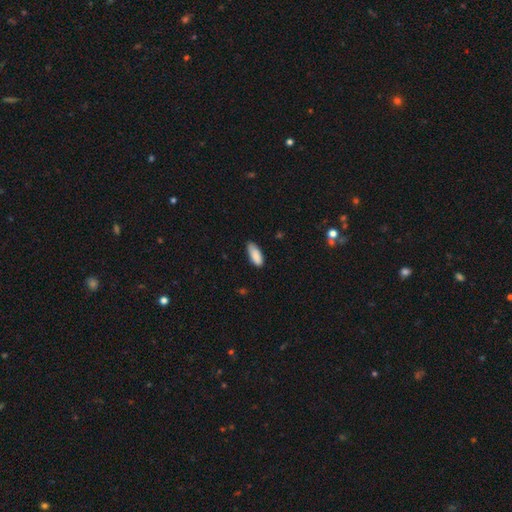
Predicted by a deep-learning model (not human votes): The model was most divided on "merging": none: 74%, minor disturbance: 22%, major disturbance: 3%, merger: 1%. More confident: smooth or featured — smooth (88%); how rounded — in between (81%).